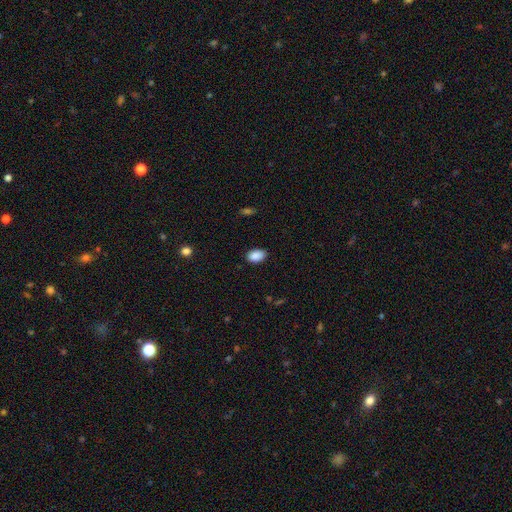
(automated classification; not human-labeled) Smooth or featured: smooth — 89% (star or artifact — 8%)
How rounded: in between — 89% (round — 10%)
Merging: none — 85% (minor disturbance — 11%)